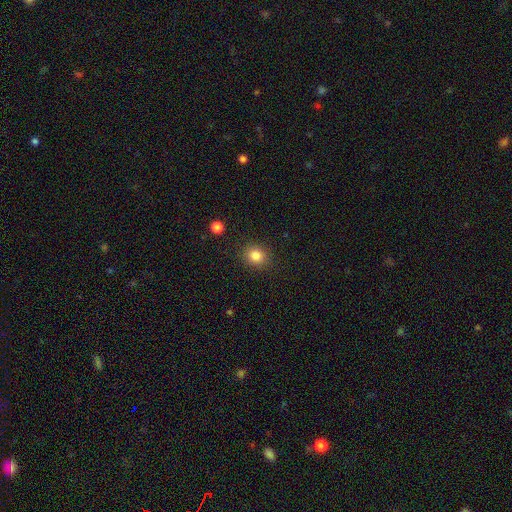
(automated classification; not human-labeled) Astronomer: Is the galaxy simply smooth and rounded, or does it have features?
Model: smooth — 83%.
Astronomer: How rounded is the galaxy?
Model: round — 77%.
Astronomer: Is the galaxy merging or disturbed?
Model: none — 89%.